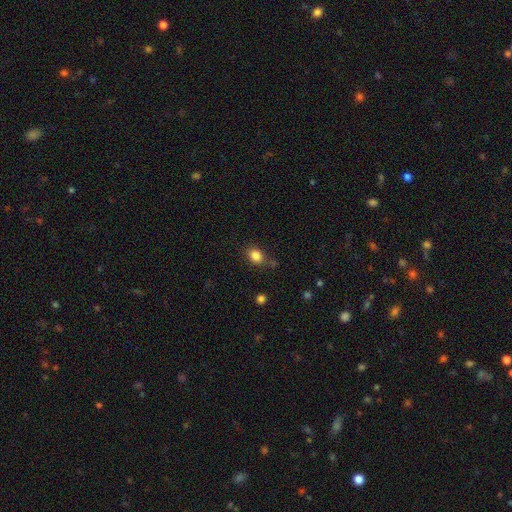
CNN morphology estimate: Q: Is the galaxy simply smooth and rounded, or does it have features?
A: smooth — 84%.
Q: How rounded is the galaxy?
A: round — 54%.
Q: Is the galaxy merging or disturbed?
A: none — 77%.